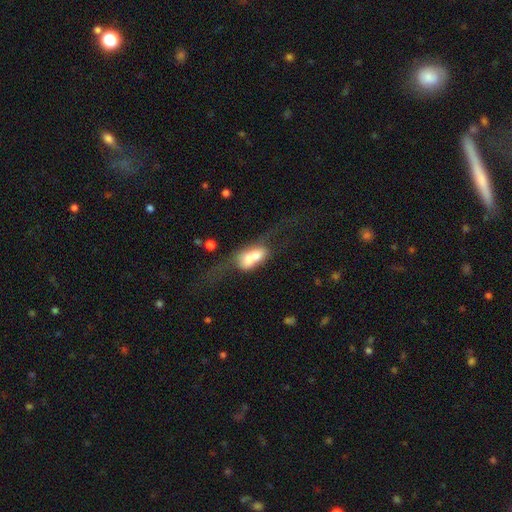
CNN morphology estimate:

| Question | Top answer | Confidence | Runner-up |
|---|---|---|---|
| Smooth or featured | smooth | 54% | featured or disk (37%) |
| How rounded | in between | 77% | round (15%) |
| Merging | merger | 64% | major disturbance (16%) |